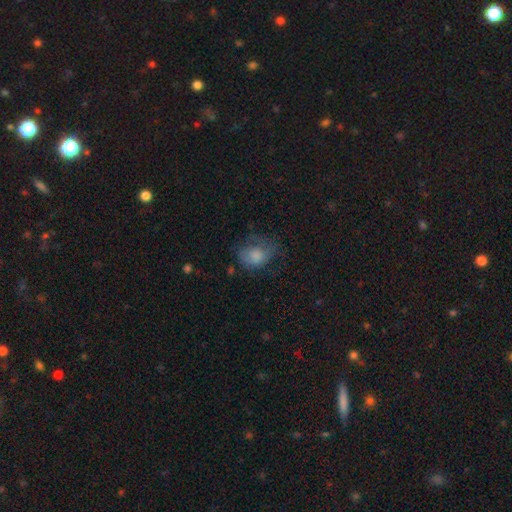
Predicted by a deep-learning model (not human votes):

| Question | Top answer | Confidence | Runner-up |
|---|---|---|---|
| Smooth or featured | smooth | 74% | featured or disk (16%) |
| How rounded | in between | 53% | round (46%) |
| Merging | none | 37% | minor disturbance (31%) |